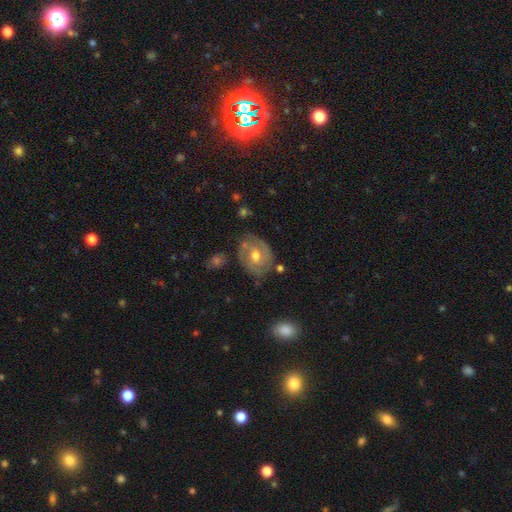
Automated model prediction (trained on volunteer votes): featured or disk 72%, smooth 21%, star or artifact 7%. Down the decision tree: edge-on disk — no (96%); bar — no (62%); spiral arms — yes (82%); spiral arm count — 2 (60%); spiral winding — tight (54%); bulge size — moderate (77%); merging — none (69%).